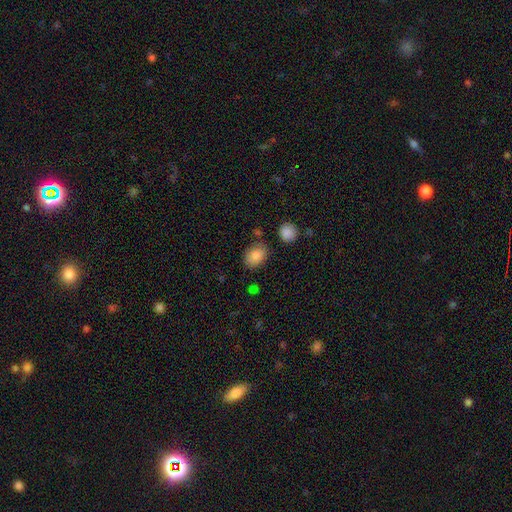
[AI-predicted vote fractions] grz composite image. It shows a smooth galaxy with no disk features (86%) that is in between round and cigar-shaped (75%). Merging: none (74%).